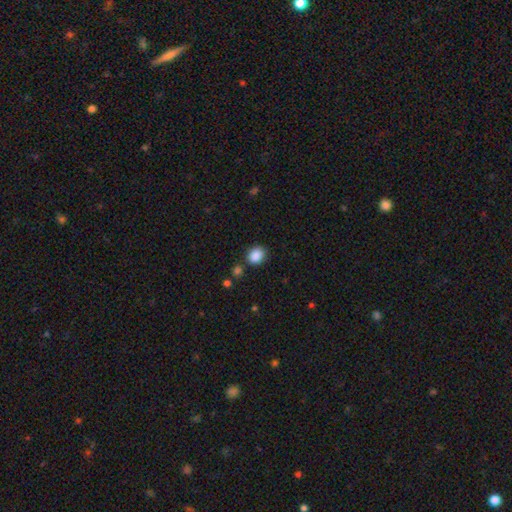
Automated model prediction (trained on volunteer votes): A smooth galaxy with no disk features (88%) that is round (64%).

Vote fractions:
- Smooth or featured? smooth: 88% / star or artifact: 9% / featured or disk: 3%
- How rounded? round: 64% / in between: 35% / cigar-shaped: 1%
- Merging? none: 81% / minor disturbance: 11% / merger: 5% / major disturbance: 3%